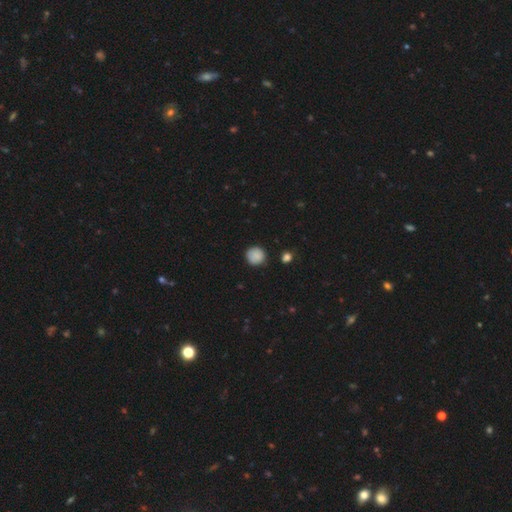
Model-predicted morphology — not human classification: Overall: smooth (87%). How rounded: round (93%). Merging: none (87%).